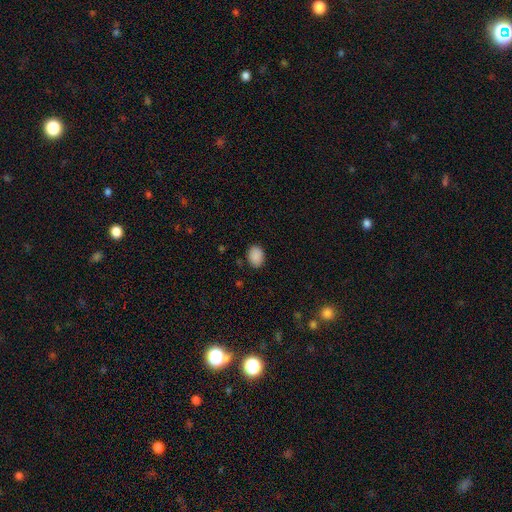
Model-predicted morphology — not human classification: smooth_or_featured: smooth (p=0.89) [alt: star or artifact p=0.08]
how_rounded: in between (p=0.65) [alt: round p=0.34]
merging: none (p=0.84) [alt: minor disturbance p=0.12]